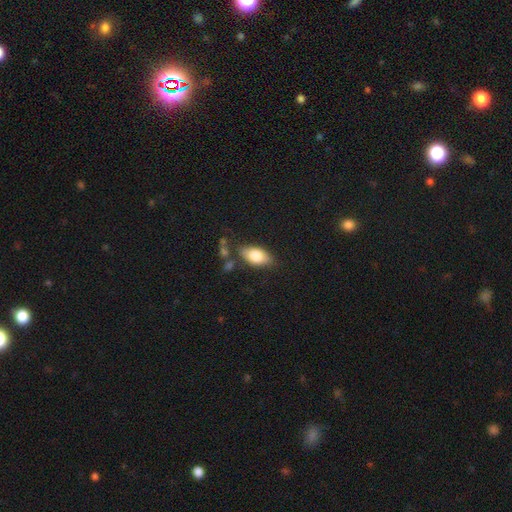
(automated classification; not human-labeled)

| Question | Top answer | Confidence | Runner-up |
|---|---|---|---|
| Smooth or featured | smooth | 79% | featured or disk (14%) |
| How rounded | in between | 90% | round (5%) |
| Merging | none | 68% | minor disturbance (18%) |